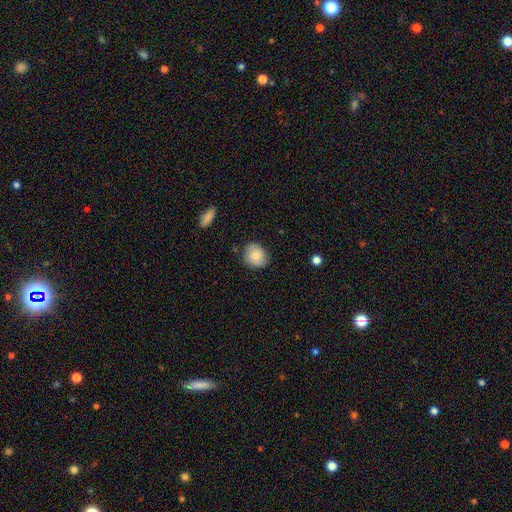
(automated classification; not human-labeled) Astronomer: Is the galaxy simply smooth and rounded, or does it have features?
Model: smooth — 80%.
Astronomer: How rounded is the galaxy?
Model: round — 69%.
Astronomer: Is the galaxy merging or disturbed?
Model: none — 80%.